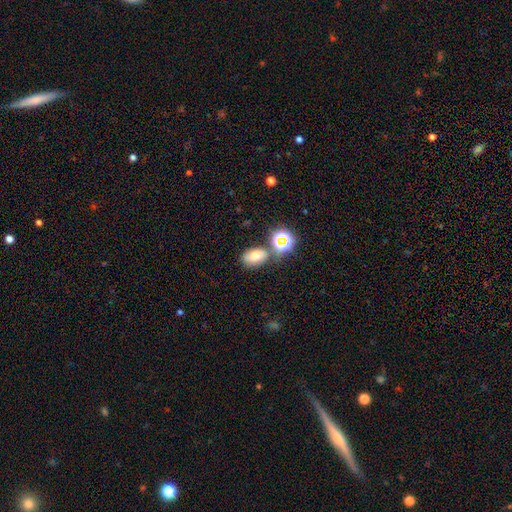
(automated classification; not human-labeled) smooth-or-featured: smooth: 65% | star or artifact: 20% | featured or disk: 14%
  how-rounded: in between: 78% | round: 20% | cigar-shaped: 2%
  merging: none: 63% | minor disturbance: 16% | merger: 15% | major disturbance: 6%